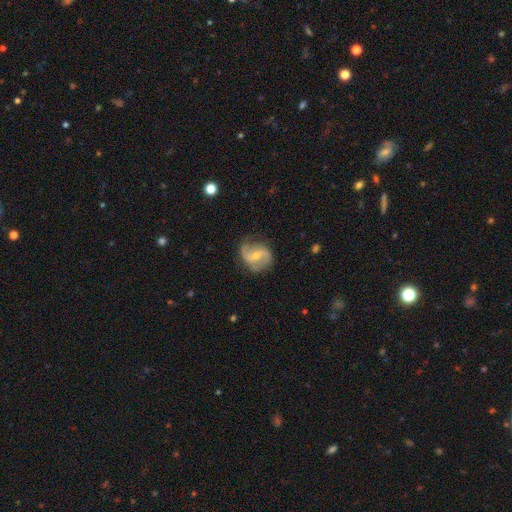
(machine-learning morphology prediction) This appears to be a featured or disk galaxy (79%) with a weak bar (47%), 2 (86%) medium (45%) spiral arms (93%) and a small central bulge (55%). Merging: none (71%).